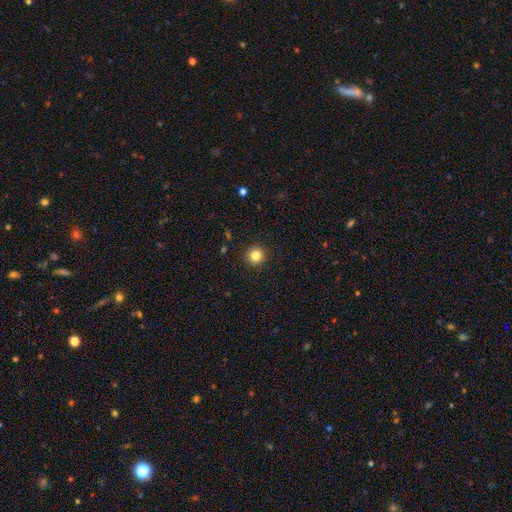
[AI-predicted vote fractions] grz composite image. It shows a smooth galaxy with no disk features (83%) that is round (95%). Merging: none (93%).